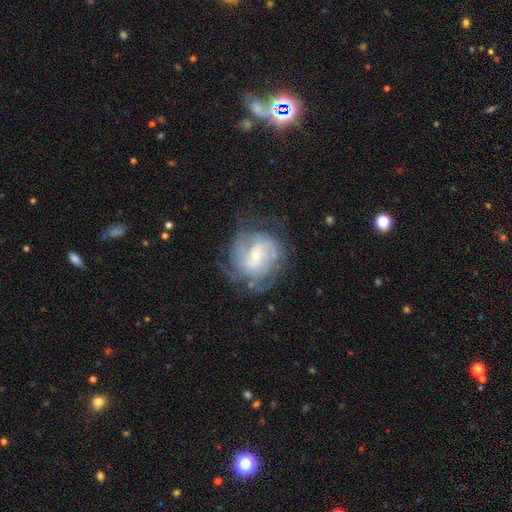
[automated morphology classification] smooth-or-featured: featured or disk: 80% | smooth: 13% | star or artifact: 7%
  disk-edge-on: no: 97% | yes: 3%
    bar: no: 54% | weak: 37% | strong: 9%
    has-spiral-arms: yes: 91% | no: 9%
      spiral-winding: tight: 59% | medium: 31% | loose: 10%
      spiral-arm-count: can't tell: 40% | 2: 22% | 3: 16% | 4: 12% | more than 4: 5% | 1: 5%
    bulge-size: small: 68% | moderate: 27% | large: 2% | none: 2% | dominant: 1%
  merging: none: 67% | minor disturbance: 18% | major disturbance: 13% | merger: 2%